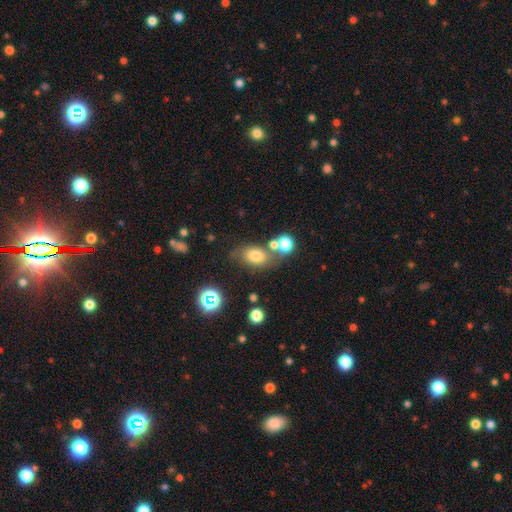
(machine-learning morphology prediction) Q: Smooth or featured?
A: smooth (72%); runner-up: featured or disk (15%)
Q: How rounded?
A: in between (76%); runner-up: round (22%)
Q: Merging?
A: none (56%); runner-up: merger (21%)